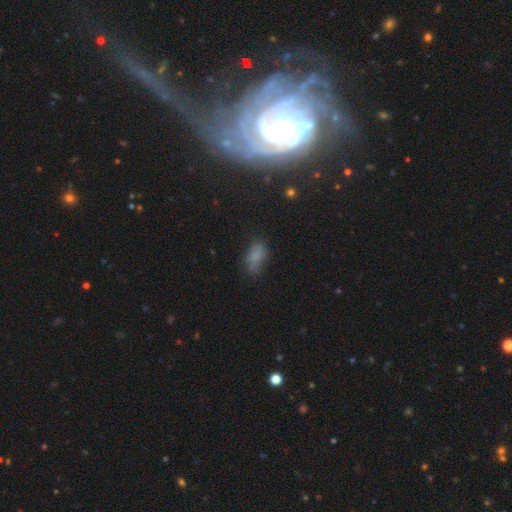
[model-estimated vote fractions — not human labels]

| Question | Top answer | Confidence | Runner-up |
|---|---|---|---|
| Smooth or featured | smooth | 74% | star or artifact (15%) |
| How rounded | in between | 88% | round (7%) |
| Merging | none | 56% | minor disturbance (28%) |